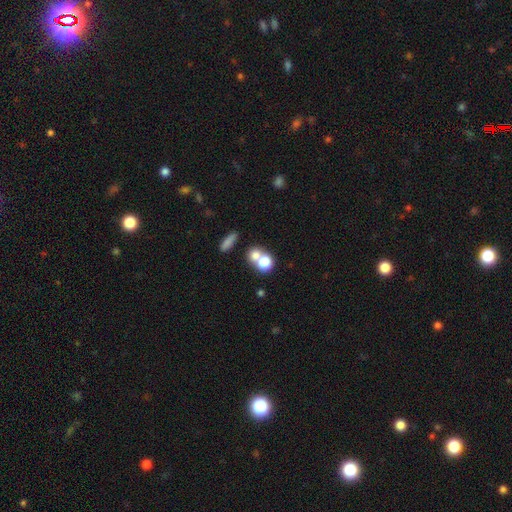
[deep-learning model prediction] Q: Smooth or featured?
A: smooth (70%); runner-up: star or artifact (16%)
Q: How rounded?
A: round (73%); runner-up: in between (25%)
Q: Merging?
A: merger (47%); runner-up: none (42%)